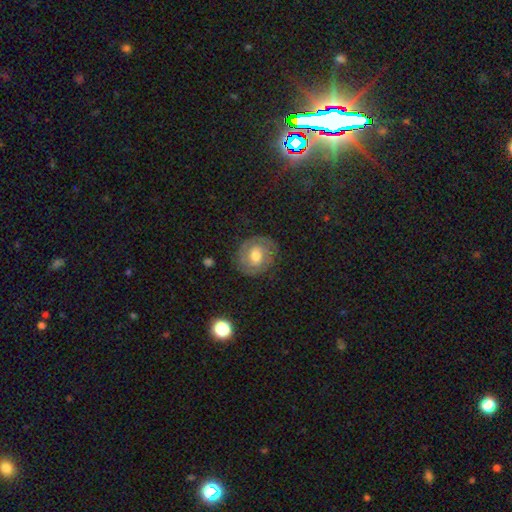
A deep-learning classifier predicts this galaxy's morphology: This appears to be a featured or disk galaxy (60%) with no bar (59%), spiral arms (79%) and a moderate central bulge (72%). Merging: none (79%).